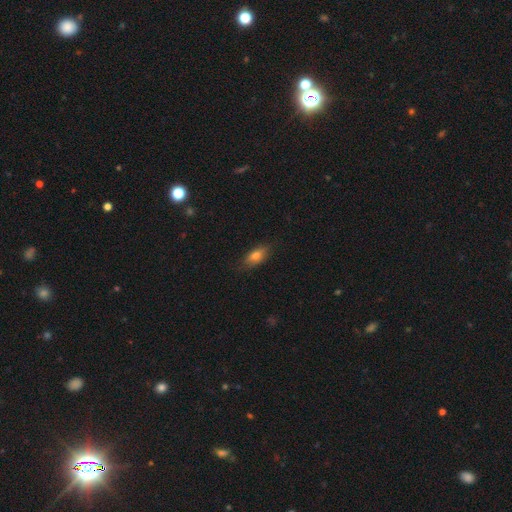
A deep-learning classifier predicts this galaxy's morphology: Smooth or featured?
  - smooth: 74% *
  - featured or disk: 18%
  - star or artifact: 8%
How rounded?
  - in between: 80% *
  - cigar-shaped: 15%
  - round: 5%
Merging?
  - none: 79% *
  - minor disturbance: 17%
  - major disturbance: 3%
  - merger: 1%